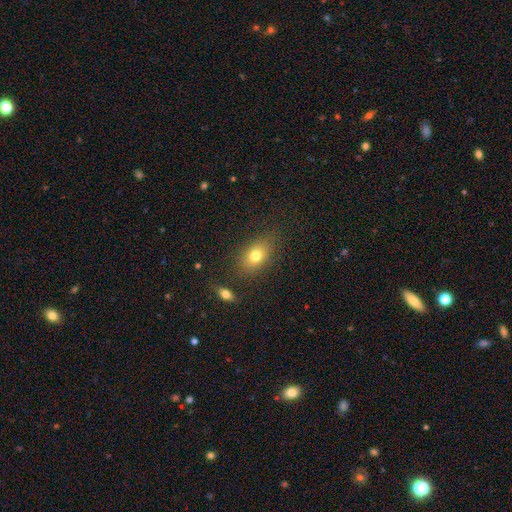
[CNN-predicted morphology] Smooth or featured?
  - smooth: 75% *
  - featured or disk: 14%
  - star or artifact: 11%
How rounded?
  - in between: 79% *
  - round: 18%
  - cigar-shaped: 3%
Merging?
  - none: 80% *
  - minor disturbance: 13%
  - major disturbance: 5%
  - merger: 3%